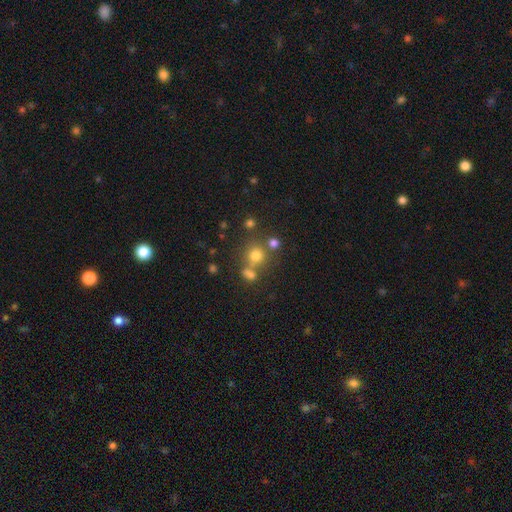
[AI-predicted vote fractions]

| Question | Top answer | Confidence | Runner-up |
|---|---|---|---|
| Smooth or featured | smooth | 71% | star or artifact (19%) |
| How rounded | round | 87% | in between (12%) |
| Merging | none | 60% | merger (25%) |